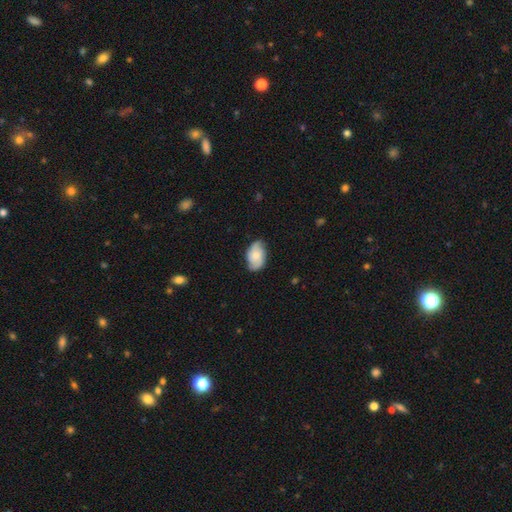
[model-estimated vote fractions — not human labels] smooth 49%, featured or disk 44%, star or artifact 7%. Down the decision tree: merging — none (72%).